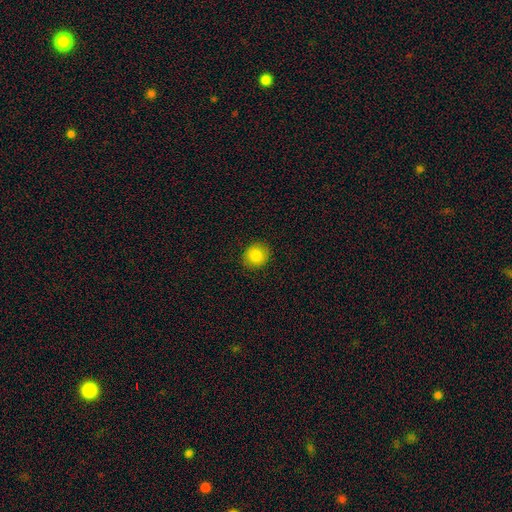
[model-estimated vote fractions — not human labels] This is clearly a smooth galaxy (85%). How rounded: clearly round (83%). Merging: clearly none (89%).